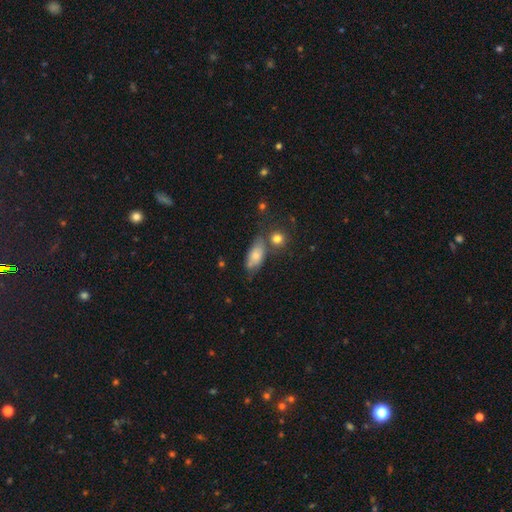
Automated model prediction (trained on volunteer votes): Smooth or featured? Predicted: smooth (p=0.69). How rounded? Predicted: in between (p=0.83). Merging? Predicted: none (p=0.51).